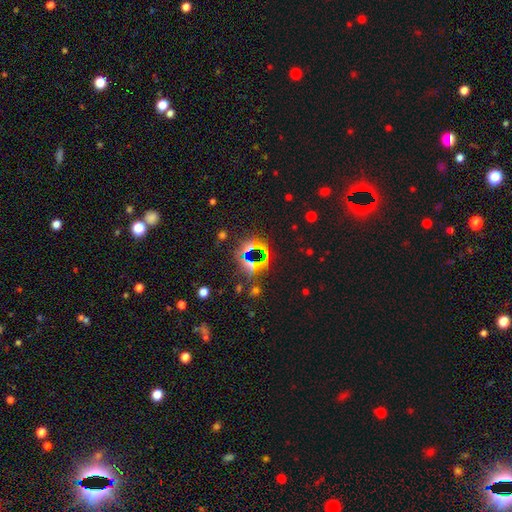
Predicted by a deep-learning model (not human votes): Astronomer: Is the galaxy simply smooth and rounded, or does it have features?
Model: star or artifact — 73%.